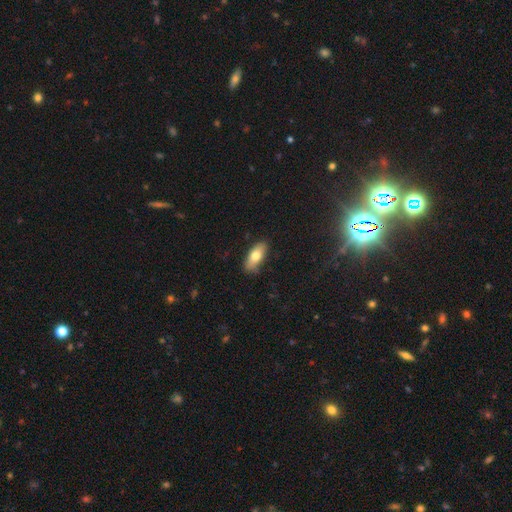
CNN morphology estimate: A smooth galaxy with no disk features (71%) that is in between round and cigar-shaped (80%). Merging: none (83%).